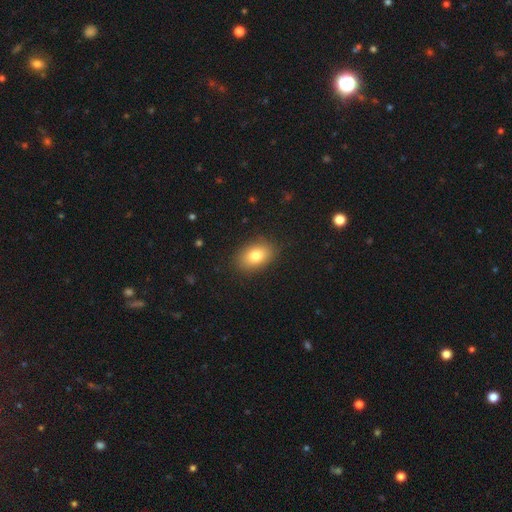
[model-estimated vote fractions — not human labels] This appears to be a smooth galaxy with no disk features (80%) that is in between round and cigar-shaped (83%). Merging: none (87%).